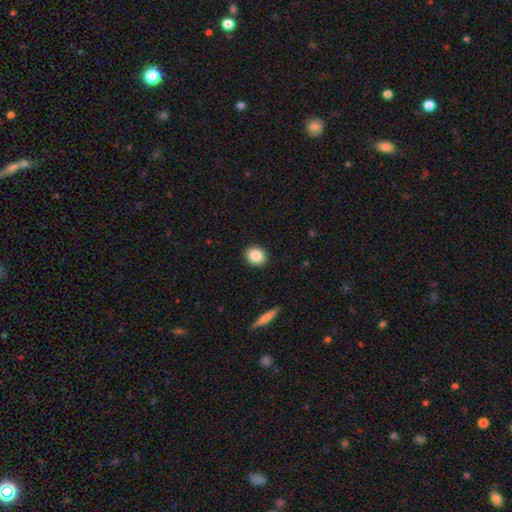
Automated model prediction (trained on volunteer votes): Smooth or featured? smooth (87%)
How rounded? round (69%)
Merging? none (91%)